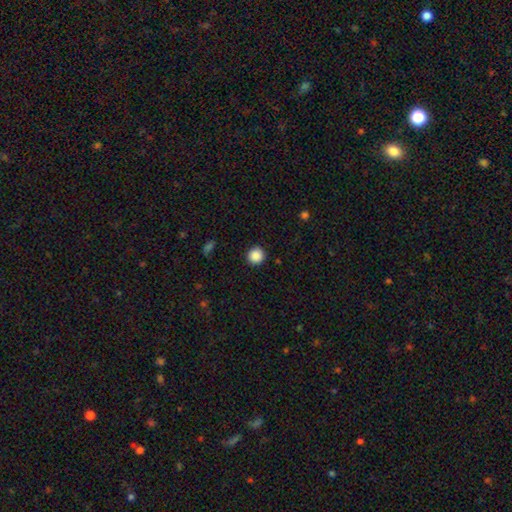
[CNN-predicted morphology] smooth-or-featured: smooth: 88% | star or artifact: 10% | featured or disk: 2%
  how-rounded: round: 94% | in between: 5% | cigar-shaped: 1%
  merging: none: 91% | minor disturbance: 6% | major disturbance: 2% | merger: 1%